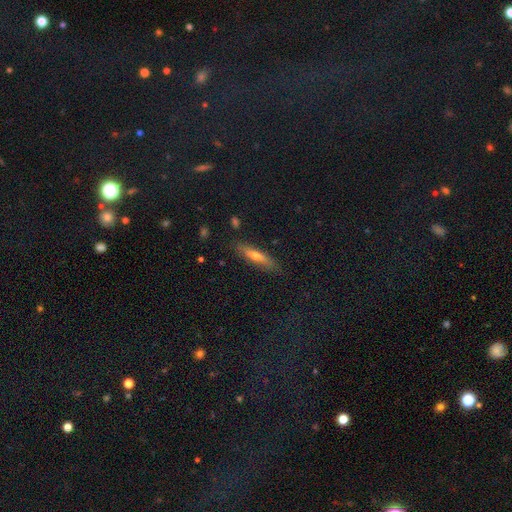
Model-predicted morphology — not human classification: type=smooth (51%); roundness=cigar-shaped (77%); merging=none (85%).